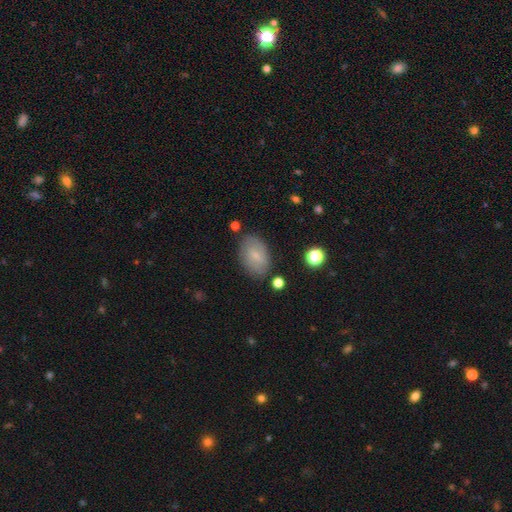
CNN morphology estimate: This appears to be a smooth galaxy with no disk features (60%) that is in between round and cigar-shaped (85%). Merging: none (79%).